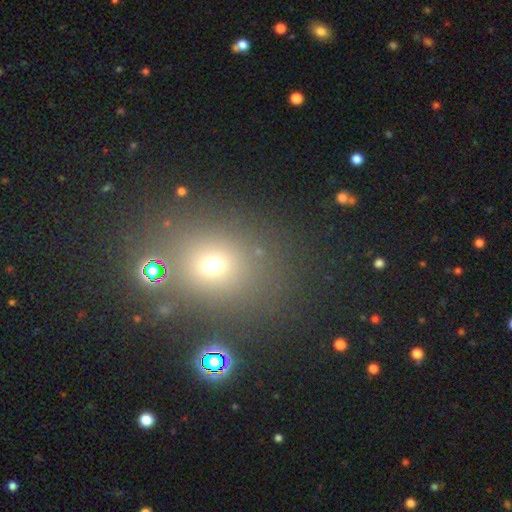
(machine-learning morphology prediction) smooth 54%, star or artifact 36%, featured or disk 10%. Down the decision tree: how rounded — round (65%); merging — none (81%).